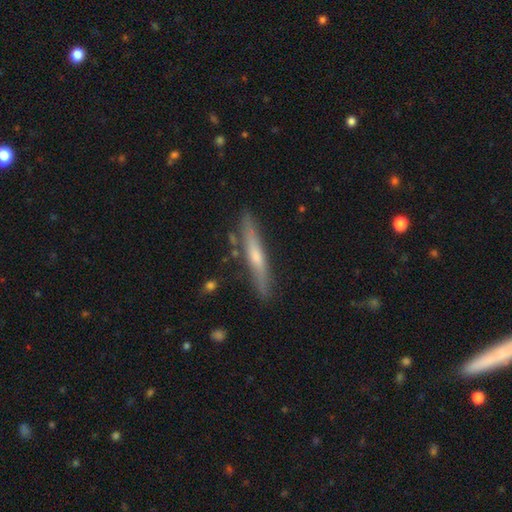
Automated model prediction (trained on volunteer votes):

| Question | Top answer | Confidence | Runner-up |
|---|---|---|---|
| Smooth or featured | featured or disk | 63% | smooth (30%) |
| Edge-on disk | yes | 94% | no (6%) |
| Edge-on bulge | rounded | 71% | none (24%) |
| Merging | none | 85% | minor disturbance (11%) |